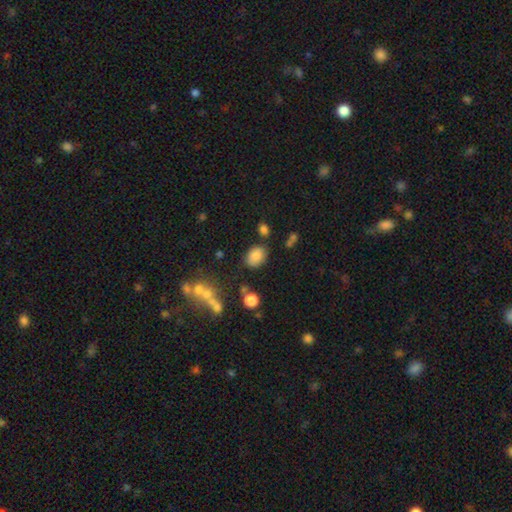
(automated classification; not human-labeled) smooth 81%, star or artifact 11%, featured or disk 9%. Down the decision tree: how rounded — in between (71%); merging — none (76%).